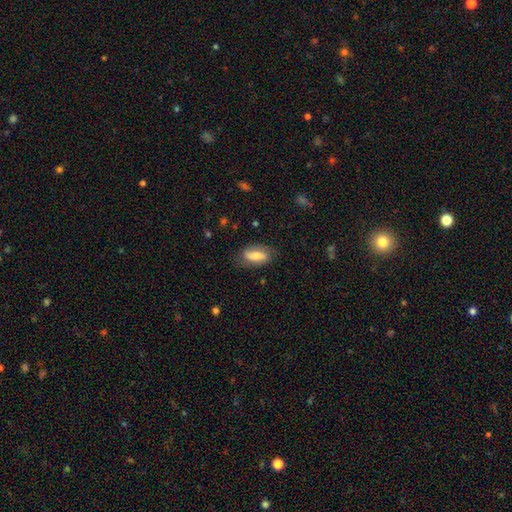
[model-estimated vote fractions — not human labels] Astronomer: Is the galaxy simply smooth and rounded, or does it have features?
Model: smooth — 57% (runner-up: featured or disk, 36%).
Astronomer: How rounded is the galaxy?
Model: in between — 81%.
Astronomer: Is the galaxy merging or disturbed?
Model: none — 76%.